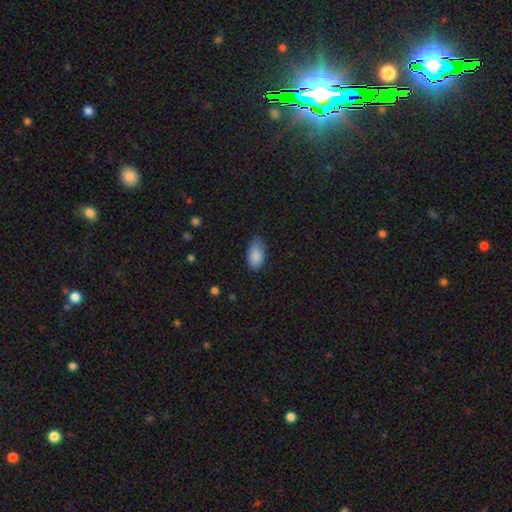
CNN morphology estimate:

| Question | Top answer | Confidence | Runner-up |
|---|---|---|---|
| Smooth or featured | smooth | 87% | star or artifact (7%) |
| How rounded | in between | 94% | round (4%) |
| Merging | none | 63% | minor disturbance (31%) |